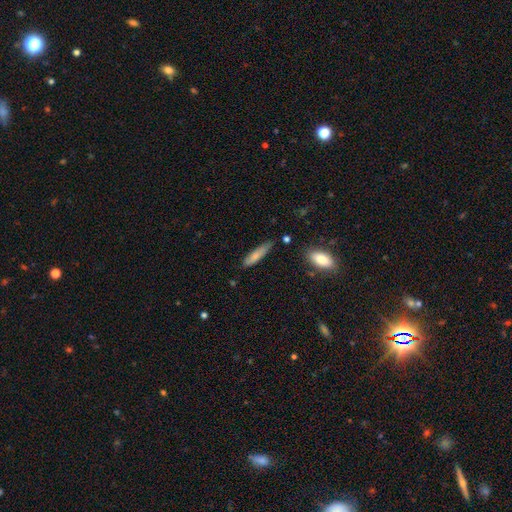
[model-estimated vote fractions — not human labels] Smooth or featured: smooth — 78% (featured or disk — 16%)
How rounded: cigar-shaped — 76% (in between — 22%)
Merging: none — 64% (minor disturbance — 27%)